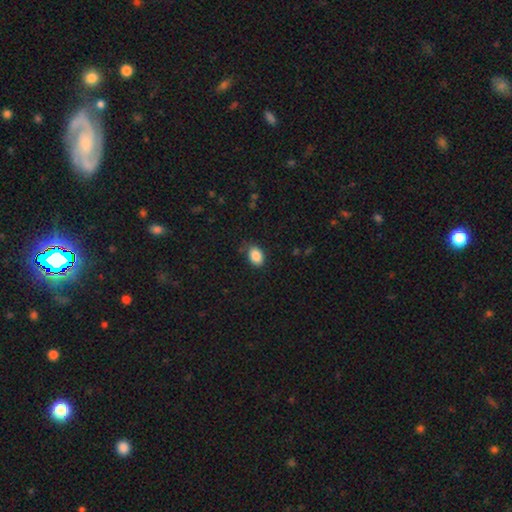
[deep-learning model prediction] This is clearly a smooth galaxy (88%). How rounded: clearly in between (85%). Merging: likely none (79%).